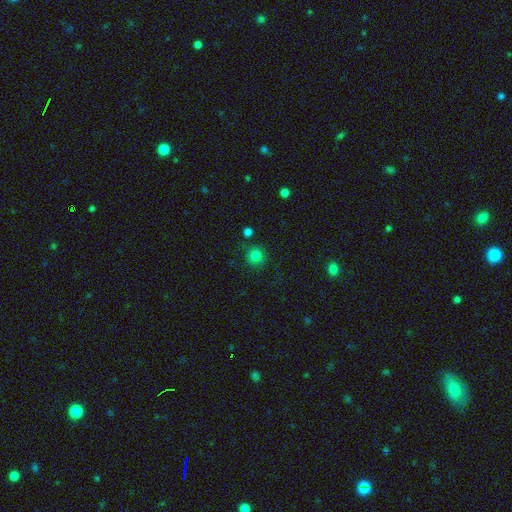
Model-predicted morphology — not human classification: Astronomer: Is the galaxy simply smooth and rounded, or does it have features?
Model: smooth — 81%.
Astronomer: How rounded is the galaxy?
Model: round — 92%.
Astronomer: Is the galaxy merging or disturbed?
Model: none — 85%.